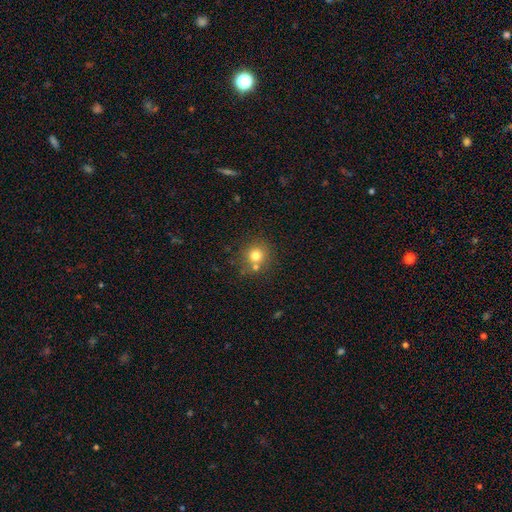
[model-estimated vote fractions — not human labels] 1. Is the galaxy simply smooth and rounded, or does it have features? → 75% smooth, 14% star or artifact, 12% featured or disk.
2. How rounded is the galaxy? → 89% round, 10% in between, 1% cigar-shaped.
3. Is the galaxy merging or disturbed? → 64% none, 22% merger, 10% minor disturbance, 3% major disturbance.